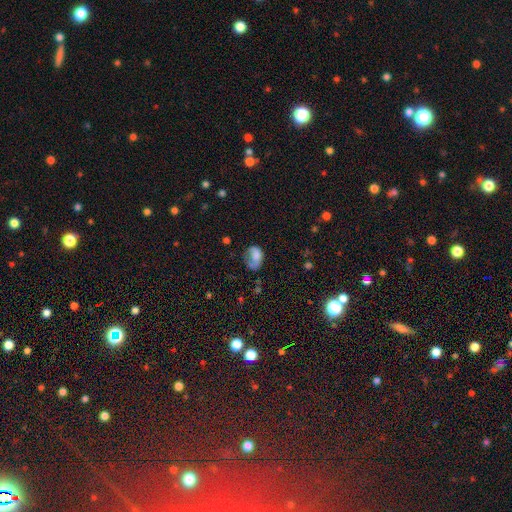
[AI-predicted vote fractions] This is likely a smooth galaxy (64%). How rounded: likely in between (75%). Merging: marginally none (33%).